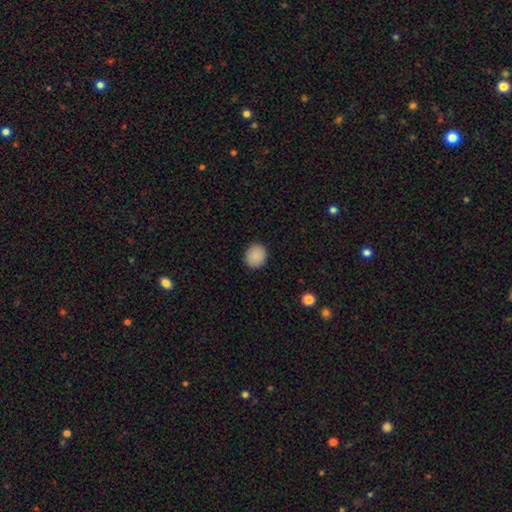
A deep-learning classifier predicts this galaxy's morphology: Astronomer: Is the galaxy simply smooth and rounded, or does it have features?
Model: smooth — 89%.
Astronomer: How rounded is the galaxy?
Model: round — 81%.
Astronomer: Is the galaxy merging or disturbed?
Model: none — 91%.